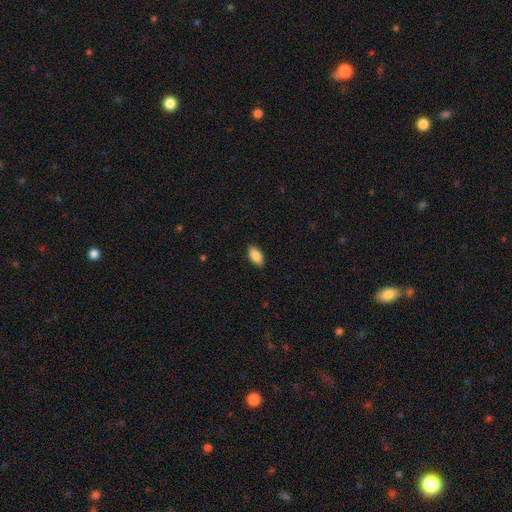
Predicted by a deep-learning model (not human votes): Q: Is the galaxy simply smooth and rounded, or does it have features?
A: smooth — 85%.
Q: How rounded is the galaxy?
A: in between — 91%.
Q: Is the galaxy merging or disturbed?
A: none — 89%.